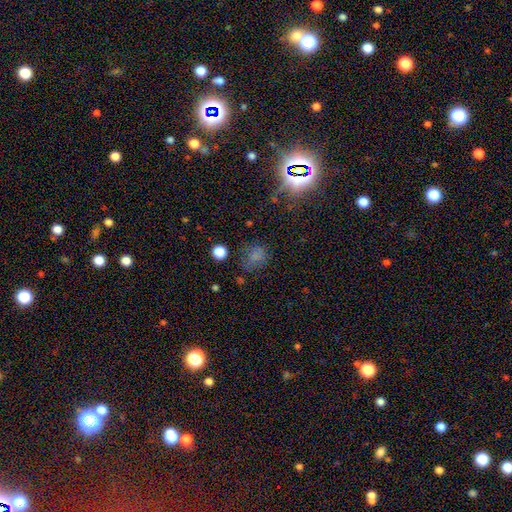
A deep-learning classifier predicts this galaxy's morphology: This is likely a smooth galaxy (64%). How rounded: possibly round (57%). Merging: likely none (62%).